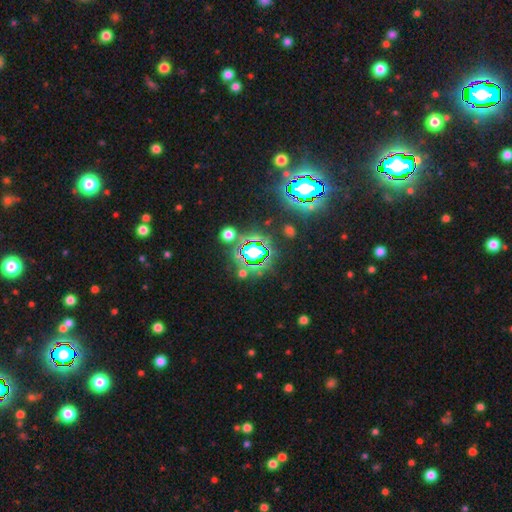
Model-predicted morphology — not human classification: A star or artifact, not a galaxy (78%).